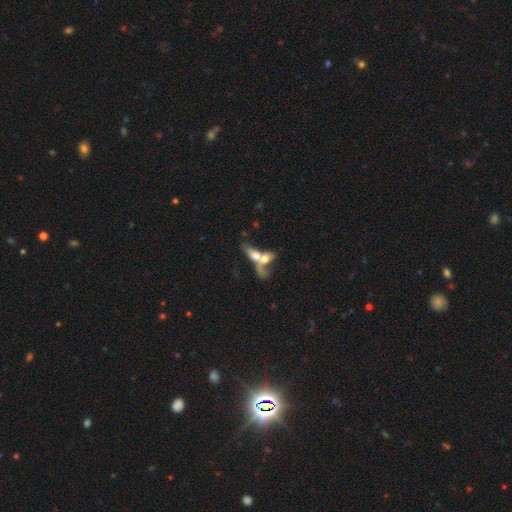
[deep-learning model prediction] Morphology: type=smooth (50%); merging=merger (75%).